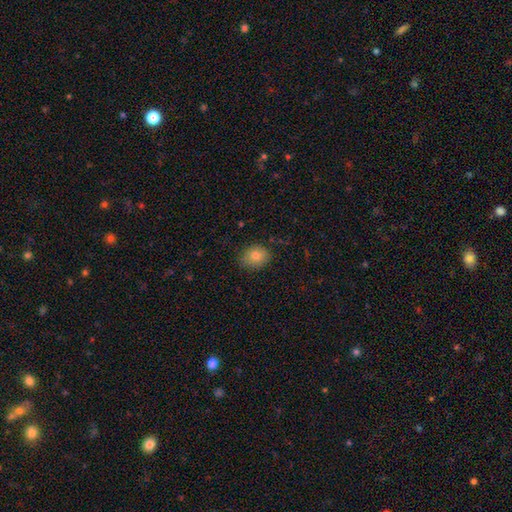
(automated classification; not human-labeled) Smooth or featured?
  - smooth: 80% *
  - star or artifact: 11%
  - featured or disk: 9%
How rounded?
  - round: 55% *
  - in between: 44%
  - cigar-shaped: 1%
Merging?
  - none: 81% *
  - minor disturbance: 15%
  - major disturbance: 3%
  - merger: 1%